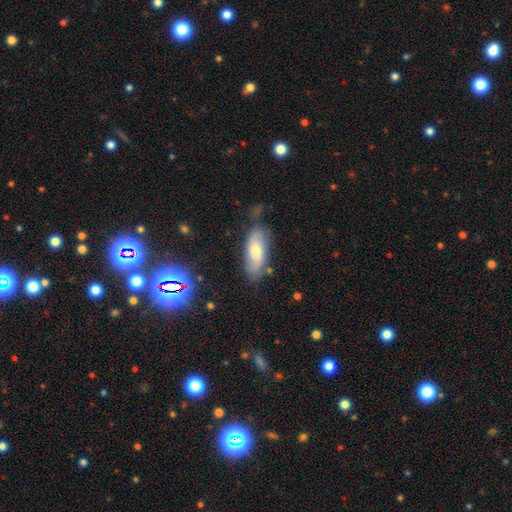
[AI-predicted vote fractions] Q: Smooth or featured?
A: smooth (57%); runner-up: featured or disk (36%)
Q: How rounded?
A: in between (81%); runner-up: cigar-shaped (16%)
Q: Merging?
A: none (67%); runner-up: minor disturbance (22%)